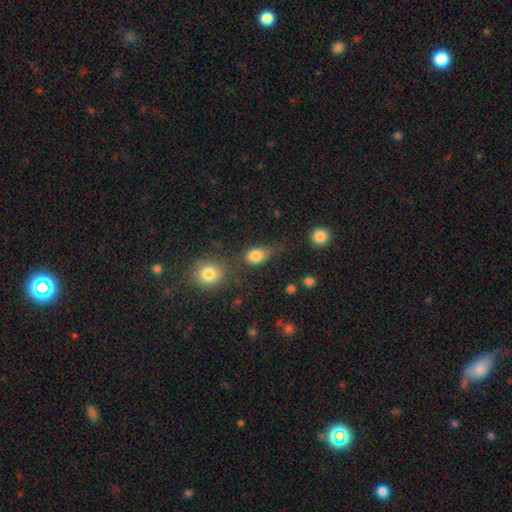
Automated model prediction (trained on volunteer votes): This is clearly a smooth galaxy (82%). How rounded: likely in between (65%). Merging: possibly none (48%).